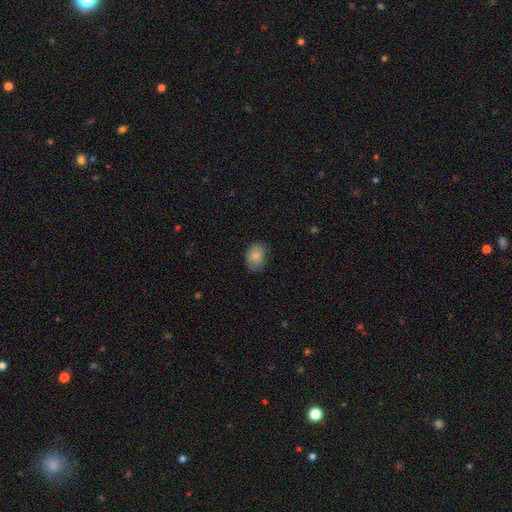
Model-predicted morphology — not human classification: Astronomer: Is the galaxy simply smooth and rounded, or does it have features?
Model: smooth — 85%.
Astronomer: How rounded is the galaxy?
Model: in between — 69%.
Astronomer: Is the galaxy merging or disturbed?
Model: none — 78%.